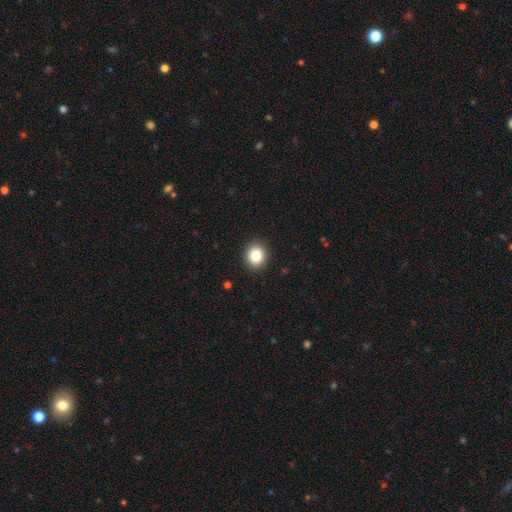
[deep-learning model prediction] Overall: smooth (85%). How rounded: round (81%). Merging: none (91%).